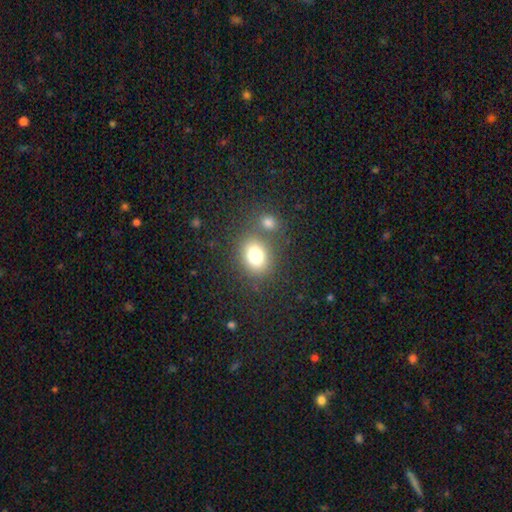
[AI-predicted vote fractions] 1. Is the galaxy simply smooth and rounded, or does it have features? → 77% smooth, 13% star or artifact, 10% featured or disk.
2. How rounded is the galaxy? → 58% round, 41% in between, 1% cigar-shaped.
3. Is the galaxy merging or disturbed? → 67% none, 18% merger, 10% minor disturbance, 4% major disturbance.